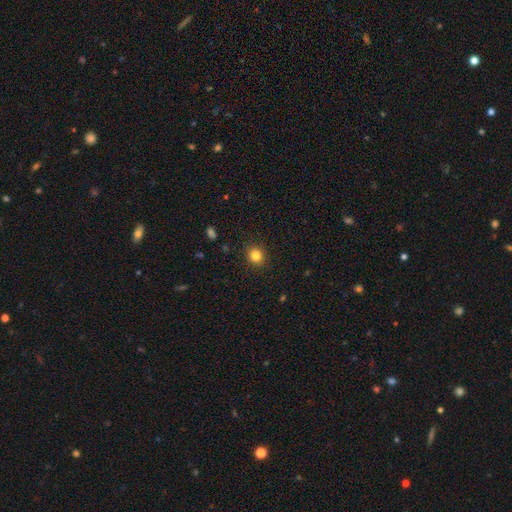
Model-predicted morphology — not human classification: smooth-or-featured: smooth: 83% | star or artifact: 12% | featured or disk: 5%
  how-rounded: round: 86% | in between: 13% | cigar-shaped: 1%
  merging: none: 91% | minor disturbance: 6% | major disturbance: 2% | merger: 1%